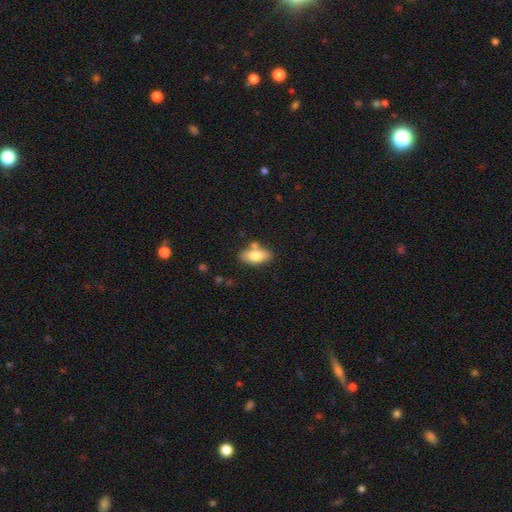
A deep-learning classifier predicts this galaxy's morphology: This appears to be a smooth galaxy with no disk features (75%) that is in between round and cigar-shaped (89%). Merging: none (69%).